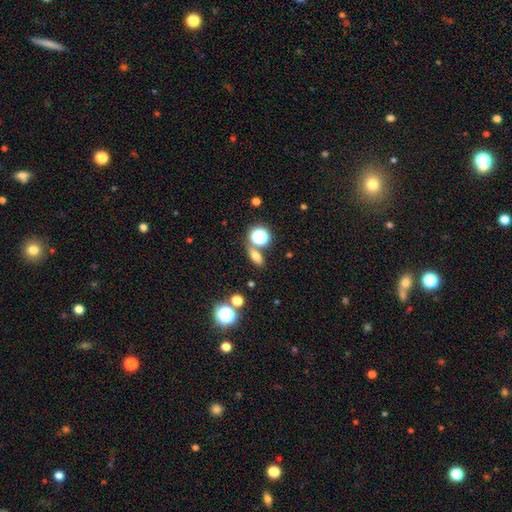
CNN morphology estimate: smooth 66%, star or artifact 19%, featured or disk 16%. Down the decision tree: how rounded — in between (63%); merging — none (72%).